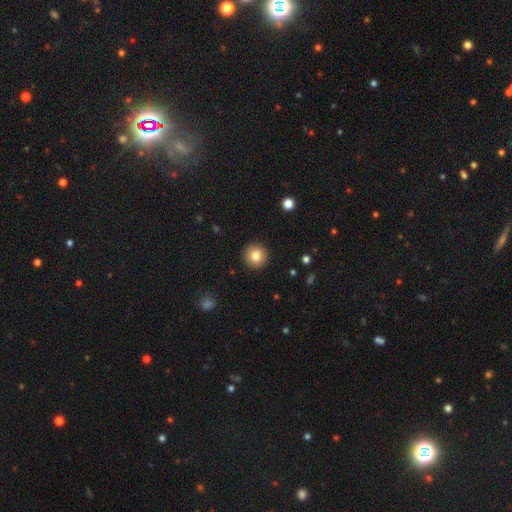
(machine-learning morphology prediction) A smooth galaxy with no disk features (81%) that is round (95%). Merging: none (92%).